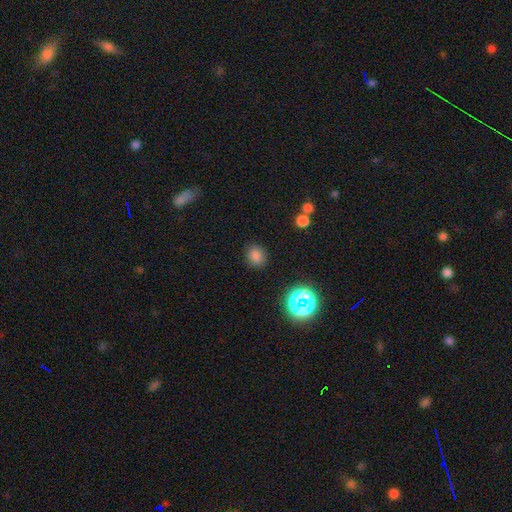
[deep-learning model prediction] Smooth or featured? smooth (78%)
How rounded? round (66%)
Merging? none (87%)